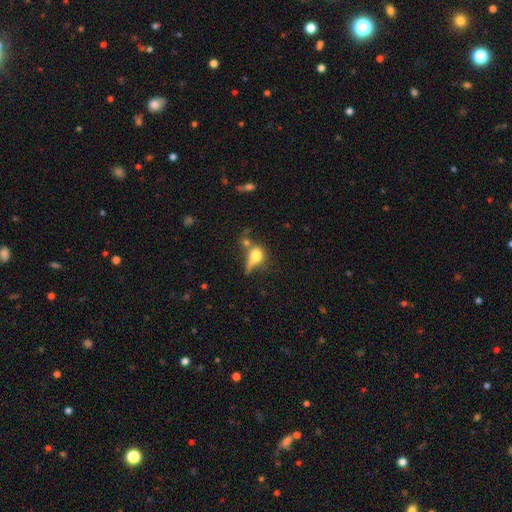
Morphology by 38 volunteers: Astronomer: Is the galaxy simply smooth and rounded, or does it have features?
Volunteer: smooth — 79%.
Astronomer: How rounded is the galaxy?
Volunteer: round — 53% (runner-up: in between, 40%).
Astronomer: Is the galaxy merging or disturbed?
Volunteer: merger — 34% (runner-up: major disturbance, 29%).